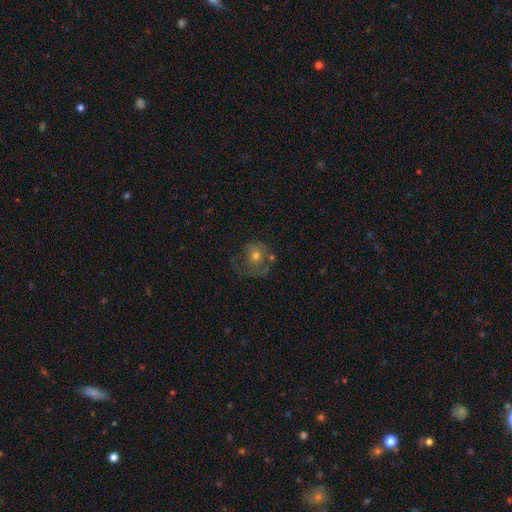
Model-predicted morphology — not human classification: This is possibly a smooth galaxy (45%). Merging: possibly none (50%).